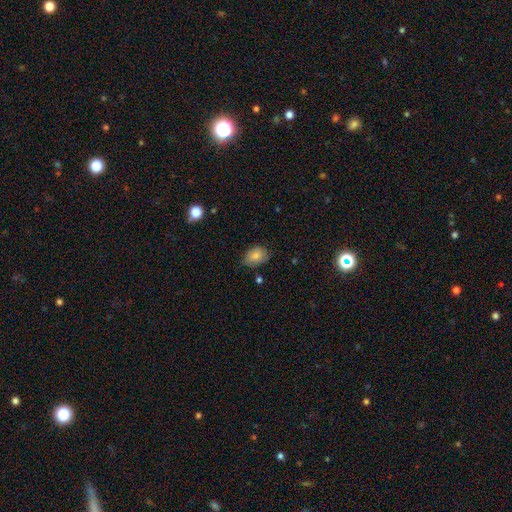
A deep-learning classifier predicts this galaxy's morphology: Smooth or featured?
  - smooth: 79% *
  - featured or disk: 12%
  - star or artifact: 9%
How rounded?
  - in between: 69% *
  - round: 30%
  - cigar-shaped: 1%
Merging?
  - none: 66% *
  - minor disturbance: 28%
  - major disturbance: 5%
  - merger: 2%